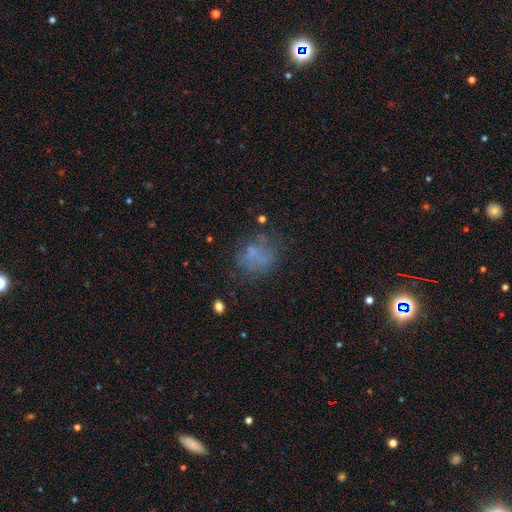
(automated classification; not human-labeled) This appears to be a smooth galaxy with no disk features (55%) that is round (67%). Merging: none (56%).